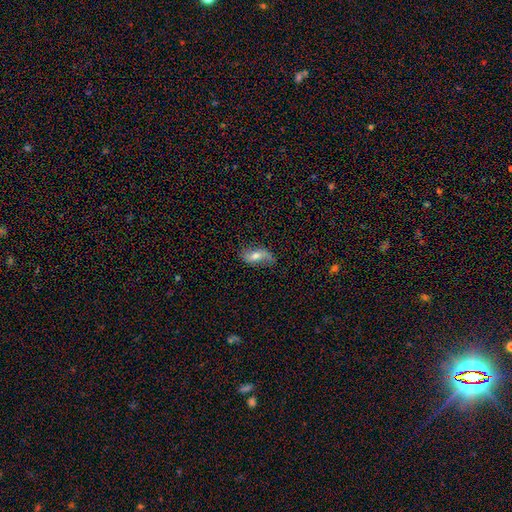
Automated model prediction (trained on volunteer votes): smooth_or_featured: smooth (p=0.48) [alt: featured or disk p=0.43]
merging: none (p=0.64) [alt: minor disturbance p=0.25]